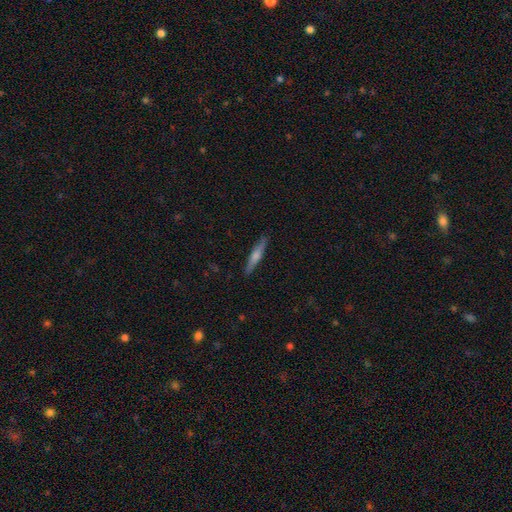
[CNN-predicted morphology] type=featured or disk (55%); edge-on=yes (96%); edge-on bulge=rounded (75%); merging=none (90%).